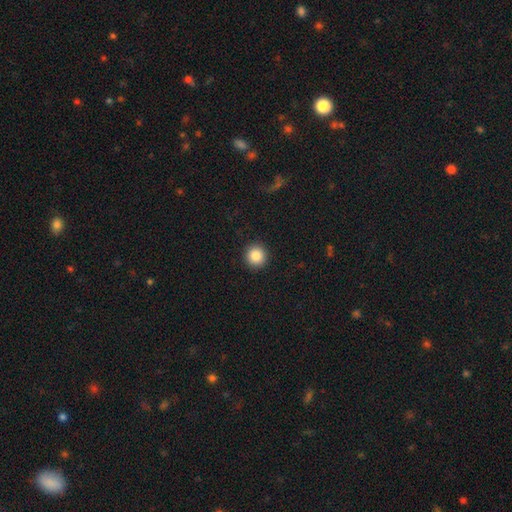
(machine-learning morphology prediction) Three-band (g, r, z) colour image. It shows a smooth galaxy with no disk features (86%) that is round (95%). Merging: none (93%).